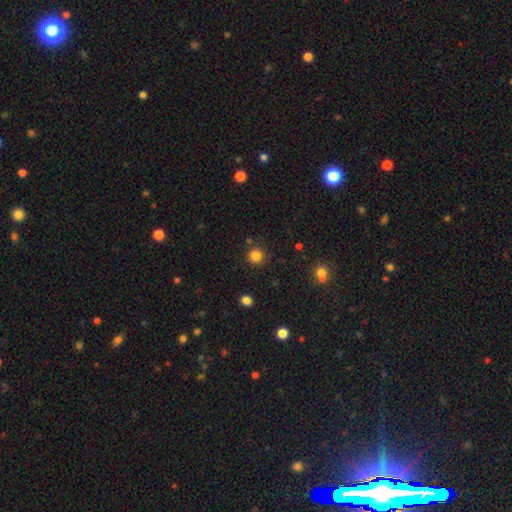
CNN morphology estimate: A smooth galaxy with no disk features (84%) that is round (94%).

Vote fractions:
- Smooth or featured? smooth: 84% / star or artifact: 12% / featured or disk: 4%
- How rounded? round: 94% / in between: 5% / cigar-shaped: 1%
- Merging? none: 87% / minor disturbance: 7% / merger: 3% / major disturbance: 3%